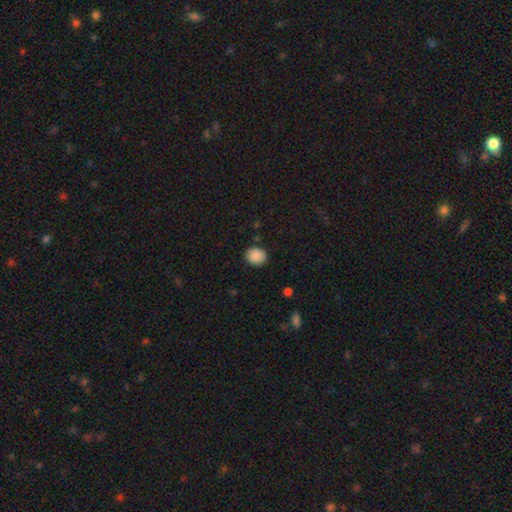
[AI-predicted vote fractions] Smooth or featured: smooth — 89% (star or artifact — 8%)
How rounded: round — 73% (in between — 27%)
Merging: none — 88% (minor disturbance — 9%)